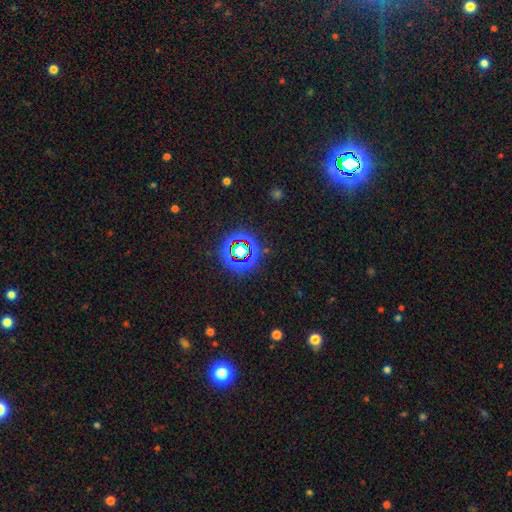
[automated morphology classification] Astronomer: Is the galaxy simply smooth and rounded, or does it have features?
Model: star or artifact — 73%.